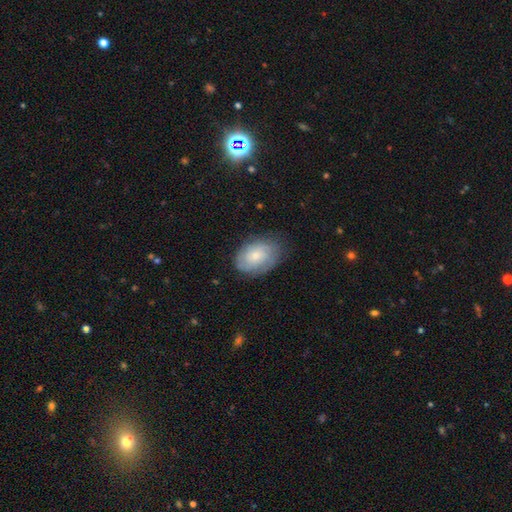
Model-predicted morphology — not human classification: smooth_or_featured: smooth (p=0.47) [alt: featured or disk p=0.46]
merging: none (p=0.72) [alt: minor disturbance p=0.21]